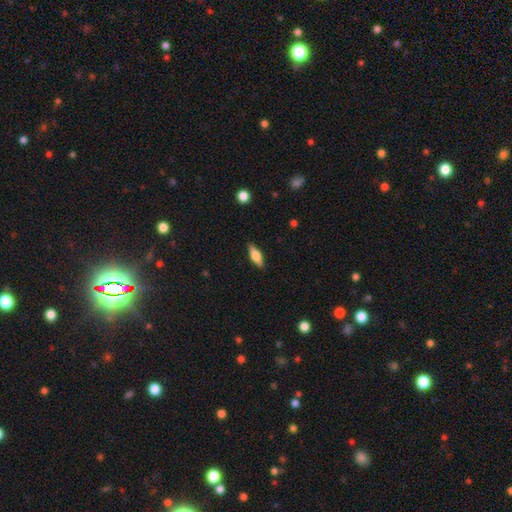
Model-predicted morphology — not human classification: smooth_or_featured: smooth (p=0.61) [alt: featured or disk p=0.32]
how_rounded: in between (p=0.60) [alt: cigar-shaped p=0.37]
merging: none (p=0.88) [alt: minor disturbance p=0.09]